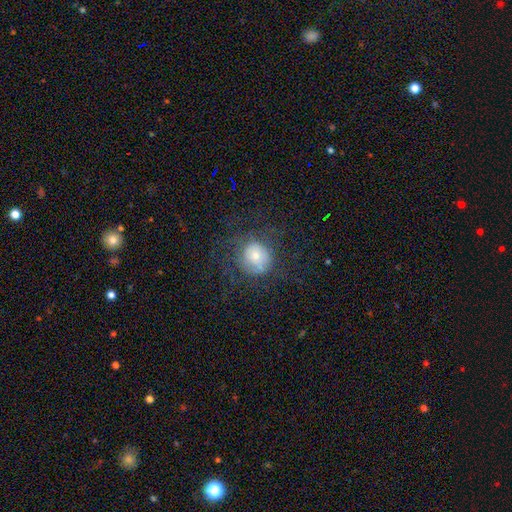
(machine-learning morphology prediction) type=smooth (58%); roundness=round (82%); merging=none (57%).